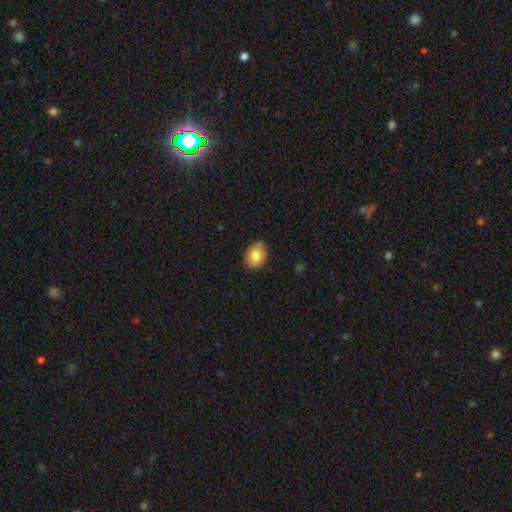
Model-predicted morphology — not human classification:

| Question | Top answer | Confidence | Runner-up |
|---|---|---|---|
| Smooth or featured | smooth | 83% | featured or disk (9%) |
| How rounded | in between | 55% | round (44%) |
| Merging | none | 70% | minor disturbance (24%) |